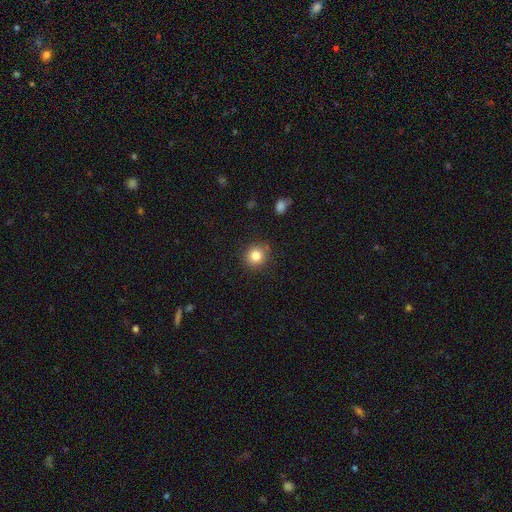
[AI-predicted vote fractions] Overall: smooth (83%). How rounded: round (88%). Merging: none (86%).